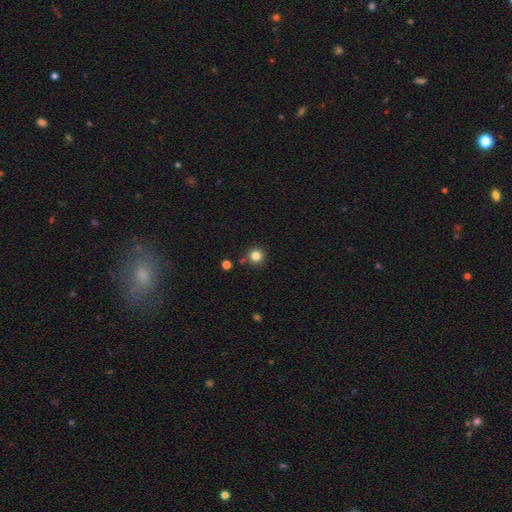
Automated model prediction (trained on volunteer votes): Morphology: type=smooth (84%); roundness=round (95%); merging=none (85%).